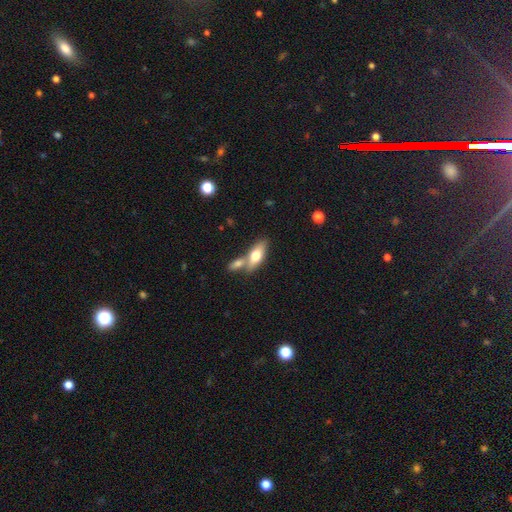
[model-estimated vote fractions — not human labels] Q: Smooth or featured?
A: smooth (65%); runner-up: featured or disk (29%)
Q: How rounded?
A: in between (68%); runner-up: cigar-shaped (28%)
Q: Merging?
A: none (46%); runner-up: merger (40%)